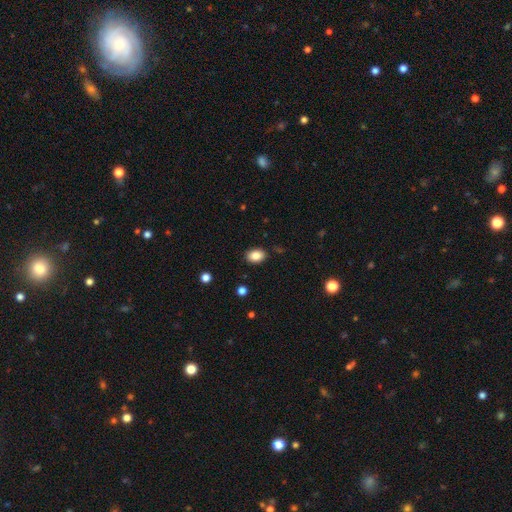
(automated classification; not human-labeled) Morphology: type=smooth (86%); roundness=in between (78%); merging=none (88%).